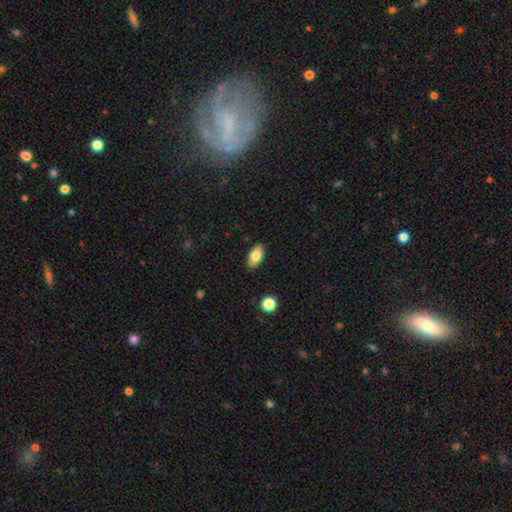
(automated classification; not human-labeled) Q: Smooth or featured?
A: smooth (83%); runner-up: featured or disk (10%)
Q: How rounded?
A: in between (93%); runner-up: round (4%)
Q: Merging?
A: none (88%); runner-up: minor disturbance (9%)